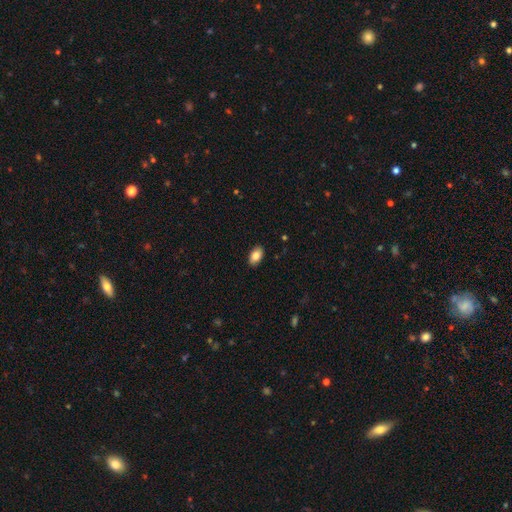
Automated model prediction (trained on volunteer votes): The model was most divided on "smooth or featured": smooth: 85%, star or artifact: 7%, featured or disk: 7%. More confident: how rounded — in between (91%); merging — none (89%).